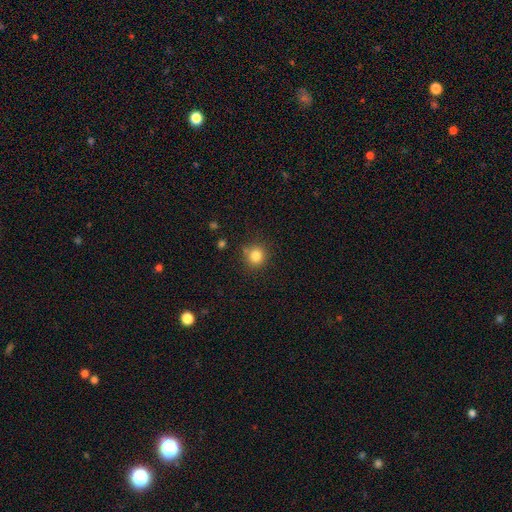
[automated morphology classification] Smooth or featured? smooth (83%)
How rounded? round (90%)
Merging? none (81%)